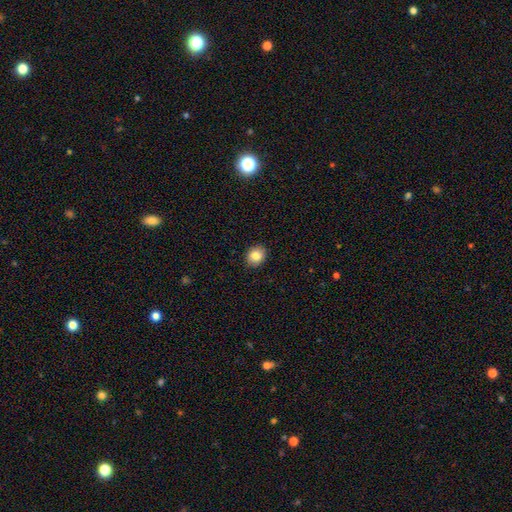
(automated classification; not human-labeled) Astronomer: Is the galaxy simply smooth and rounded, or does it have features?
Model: smooth — 84%.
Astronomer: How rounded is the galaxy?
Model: round — 65%.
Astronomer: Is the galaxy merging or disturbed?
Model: none — 91%.